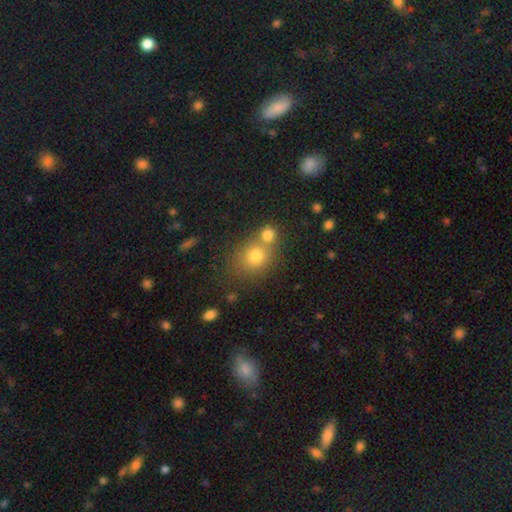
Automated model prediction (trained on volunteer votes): Smooth or featured?
  - smooth: 74% *
  - star or artifact: 14%
  - featured or disk: 12%
How rounded?
  - round: 72% *
  - in between: 26%
  - cigar-shaped: 1%
Merging?
  - none: 48% *
  - merger: 40%
  - minor disturbance: 8%
  - major disturbance: 3%